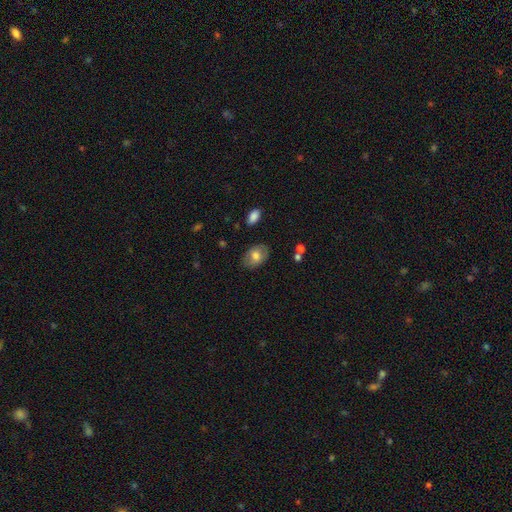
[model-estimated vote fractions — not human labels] This is likely a smooth galaxy (70%). How rounded: clearly in between (82%). Merging: likely none (80%).